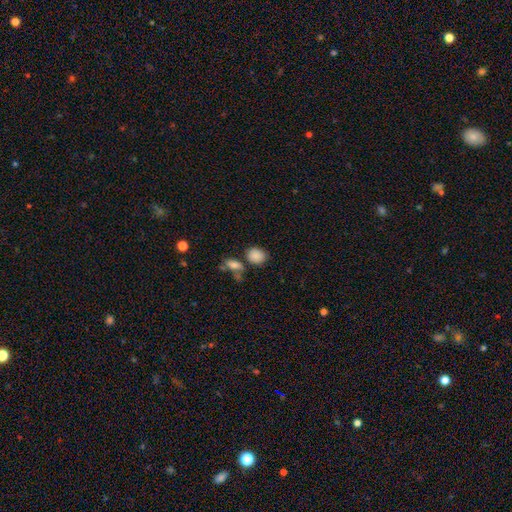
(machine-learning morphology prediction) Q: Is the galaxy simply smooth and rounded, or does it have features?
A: smooth — 86%.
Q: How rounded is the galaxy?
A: round — 58%.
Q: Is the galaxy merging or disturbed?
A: none — 62%.